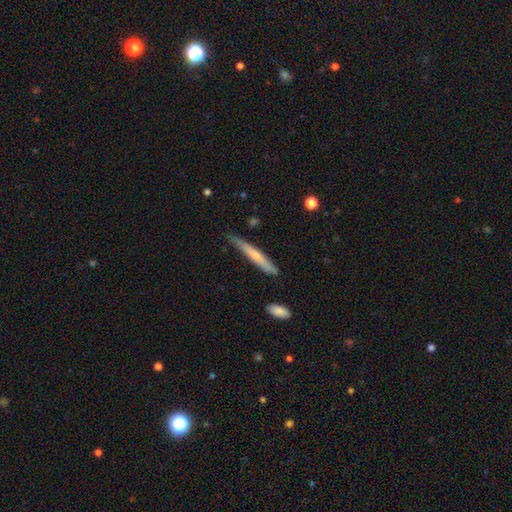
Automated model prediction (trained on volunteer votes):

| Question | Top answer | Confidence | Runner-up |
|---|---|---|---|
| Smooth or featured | smooth | 55% | featured or disk (39%) |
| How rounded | cigar-shaped | 95% | in between (4%) |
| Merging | none | 76% | minor disturbance (19%) |